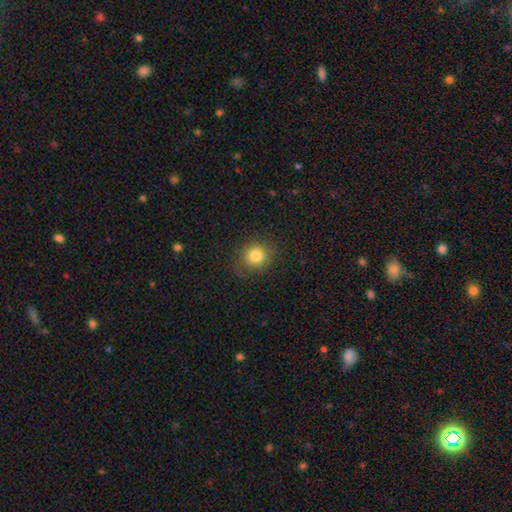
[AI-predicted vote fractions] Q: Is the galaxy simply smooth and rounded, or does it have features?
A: smooth — 82%.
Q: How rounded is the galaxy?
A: round — 87%.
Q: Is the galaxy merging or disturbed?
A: none — 84%.